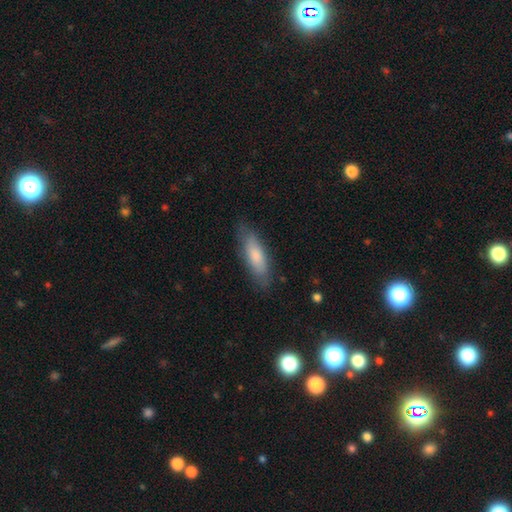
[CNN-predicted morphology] Smooth or featured? Predicted: smooth (p=0.75). How rounded? Predicted: in between (p=0.52). Merging? Predicted: none (p=0.80).